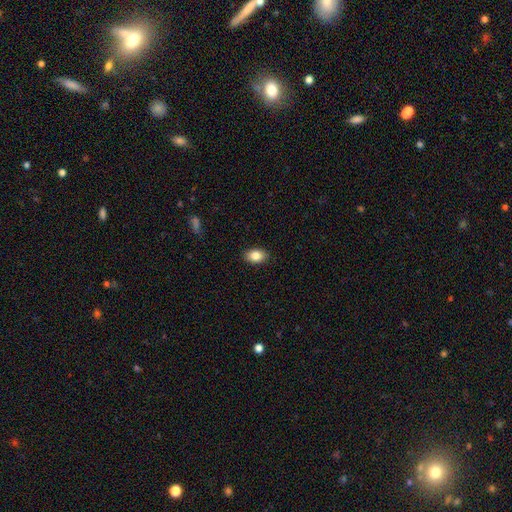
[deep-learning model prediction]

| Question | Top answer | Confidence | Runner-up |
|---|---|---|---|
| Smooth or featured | smooth | 84% | star or artifact (8%) |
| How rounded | in between | 85% | round (14%) |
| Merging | none | 89% | minor disturbance (8%) |